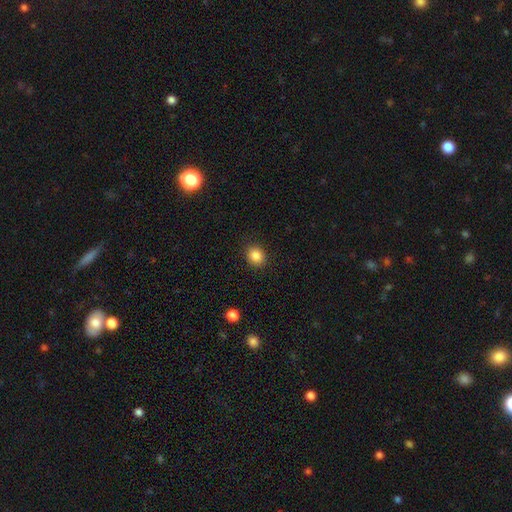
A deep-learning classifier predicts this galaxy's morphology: Q: Smooth or featured?
A: smooth (86%); runner-up: star or artifact (10%)
Q: How rounded?
A: round (71%); runner-up: in between (29%)
Q: Merging?
A: none (89%); runner-up: minor disturbance (7%)